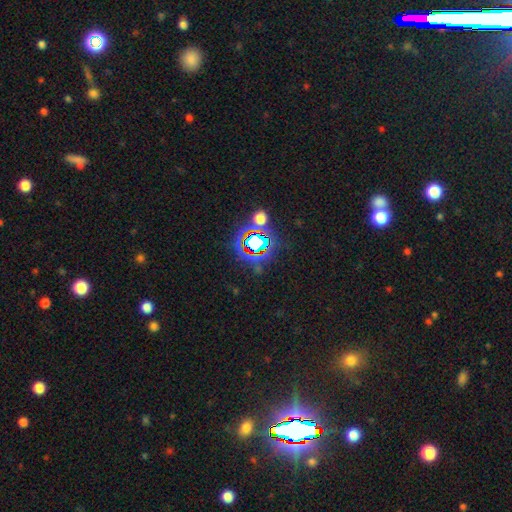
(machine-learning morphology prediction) Q: Smooth or featured?
A: star or artifact (80%); runner-up: smooth (12%)